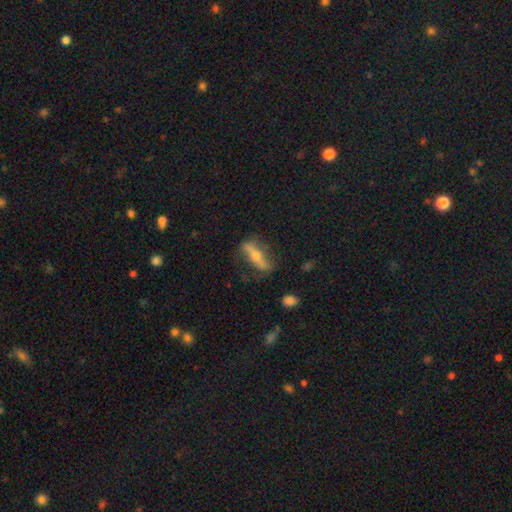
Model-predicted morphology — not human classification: Smooth or featured: featured or disk — 62% (smooth — 30%)
Edge-on disk: yes — 56% (no — 44%)
Merging: none — 74% (minor disturbance — 17%)